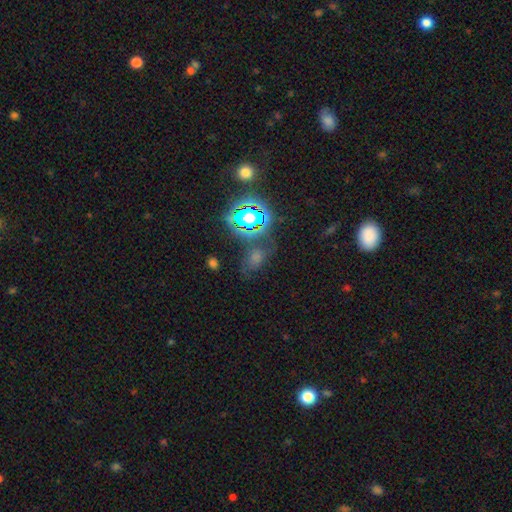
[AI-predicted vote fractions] Morphology: type=smooth (43%); merging=none (60%).